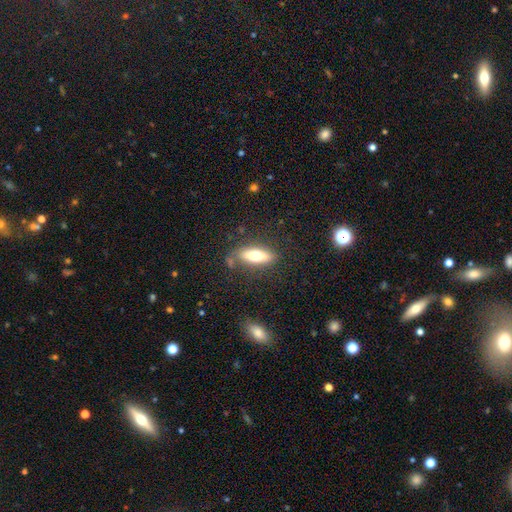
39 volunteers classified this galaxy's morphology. Volunteers were most divided on "how rounded": in between: 48%, cigar-shaped: 45%, round: 6%. More confident: smooth or featured — smooth (85%); merging — none (78%).